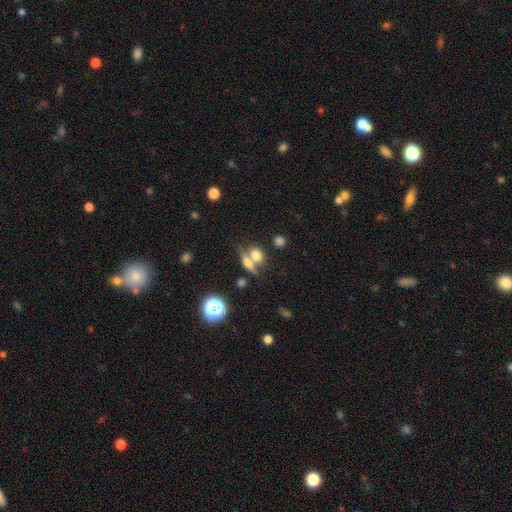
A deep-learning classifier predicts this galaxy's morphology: A smooth galaxy with no disk features (67%) that is in between round and cigar-shaped (57%).

Vote fractions:
- Smooth or featured? smooth: 67% / featured or disk: 20% / star or artifact: 13%
- How rounded? in between: 57% / round: 30% / cigar-shaped: 13%
- Merging? merger: 49% / none: 38% / minor disturbance: 8% / major disturbance: 5%